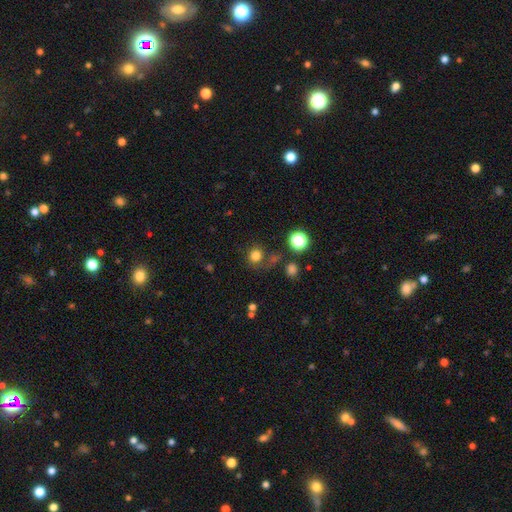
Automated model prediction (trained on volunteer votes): Smooth or featured? smooth (77%)
How rounded? round (85%)
Merging? none (72%)